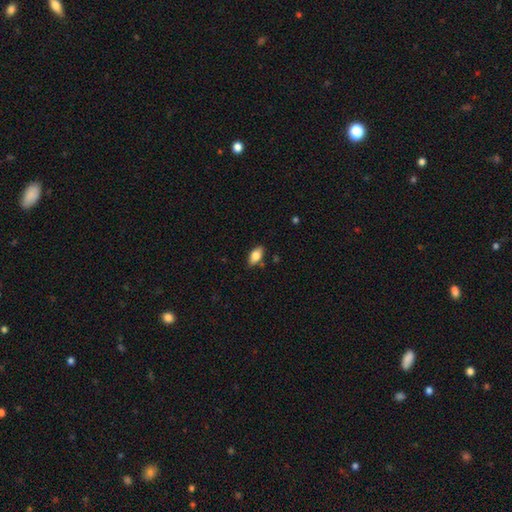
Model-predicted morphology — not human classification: A smooth galaxy with no disk features (77%) that is in between round and cigar-shaped (89%).

Vote fractions:
- Smooth or featured? smooth: 77% / featured or disk: 15% / star or artifact: 7%
- How rounded? in between: 89% / cigar-shaped: 7% / round: 4%
- Merging? none: 81% / minor disturbance: 14% / merger: 3% / major disturbance: 3%